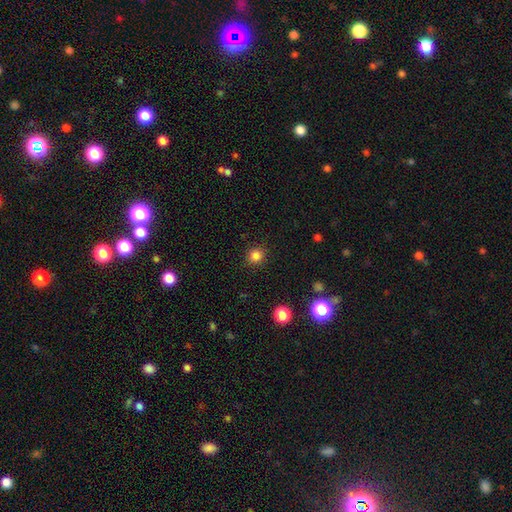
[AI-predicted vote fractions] A smooth galaxy with no disk features (83%) that is round (90%). Merging: none (90%).